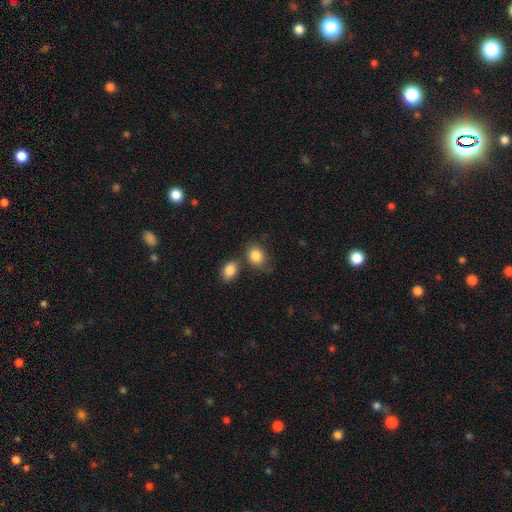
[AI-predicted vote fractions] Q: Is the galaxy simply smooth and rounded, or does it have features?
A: smooth — 86%.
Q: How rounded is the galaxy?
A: in between — 50%.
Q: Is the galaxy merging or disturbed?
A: none — 58%.